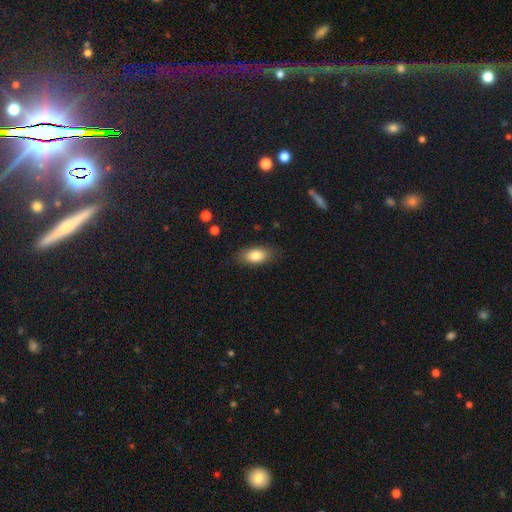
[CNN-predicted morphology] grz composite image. It shows a smooth galaxy with no disk features (81%) that is in between round and cigar-shaped (88%). Merging: none (84%).